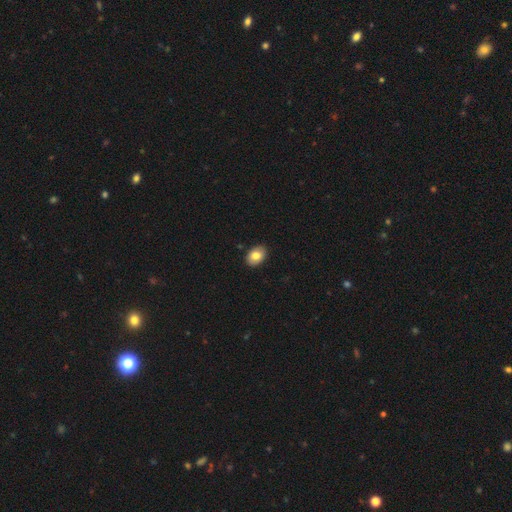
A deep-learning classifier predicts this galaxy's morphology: This appears to be a smooth galaxy with no disk features (82%) that is in between round and cigar-shaped (82%). Merging: none (90%).